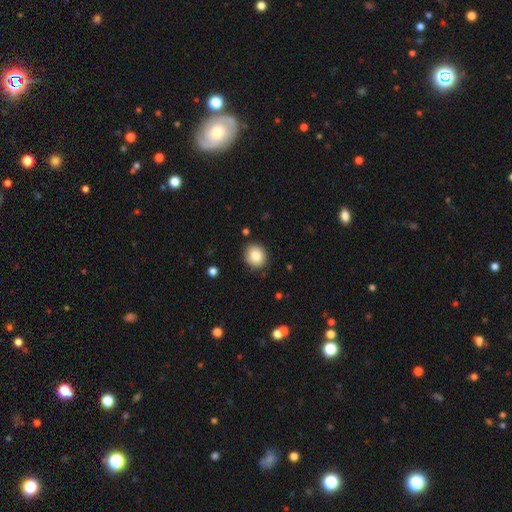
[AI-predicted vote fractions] Morphology: type=smooth (85%); roundness=round (86%); merging=none (89%).